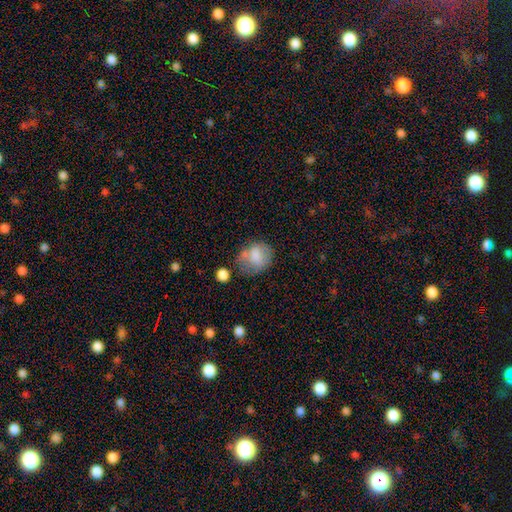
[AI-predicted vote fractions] The model was most divided on "merging": none: 50%, minor disturbance: 26%, major disturbance: 13%, merger: 10%. More confident: smooth or featured — smooth (74%); how rounded — round (65%).